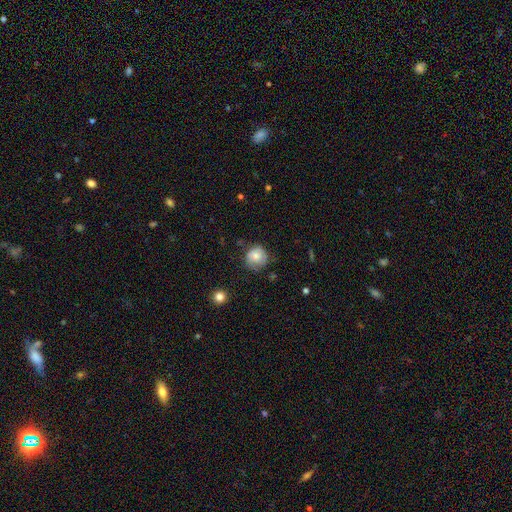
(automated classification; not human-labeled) A smooth galaxy with no disk features (76%) that is round (87%). Merging: none (62%).